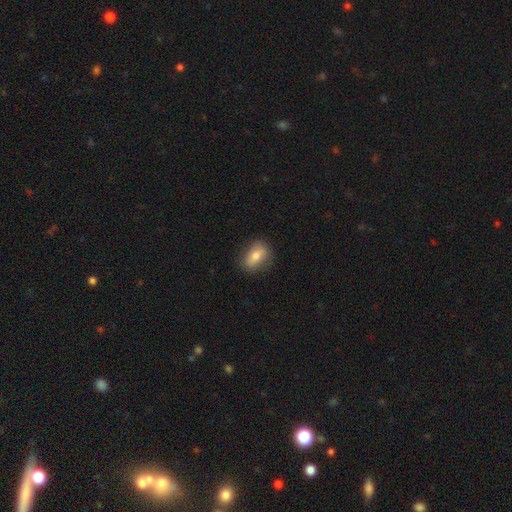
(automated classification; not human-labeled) Smooth or featured? Predicted: smooth (p=0.71). How rounded? Predicted: in between (p=0.75). Merging? Predicted: none (p=0.81).